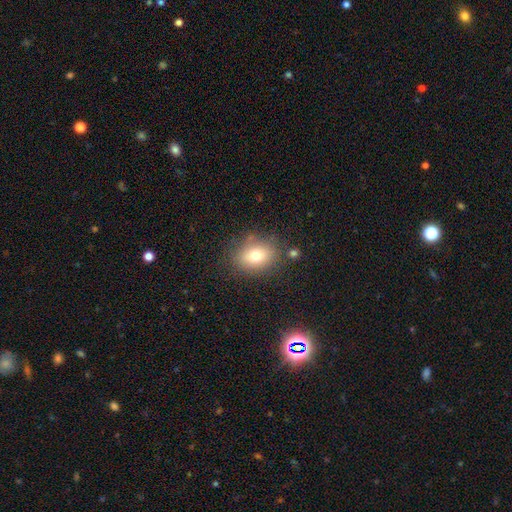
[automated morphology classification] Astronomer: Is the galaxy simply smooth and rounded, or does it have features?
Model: smooth — 75%.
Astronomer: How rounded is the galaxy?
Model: in between — 57% (runner-up: round, 42%).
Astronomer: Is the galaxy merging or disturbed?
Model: none — 80%.